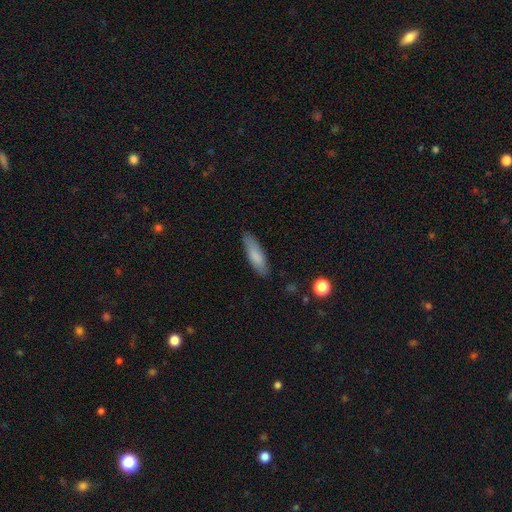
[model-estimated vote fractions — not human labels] Overall: smooth (82%). How rounded: cigar-shaped (57%; in between 42%). Merging: none (83%).